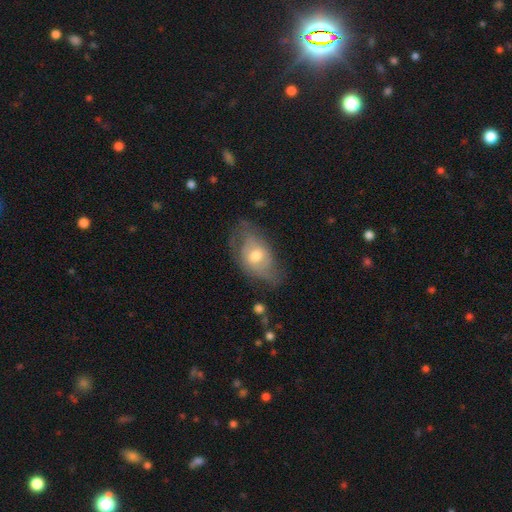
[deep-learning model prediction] Smooth or featured?
  - featured or disk: 50% *
  - smooth: 41%
  - star or artifact: 8%
Edge-on disk?
  - no: 90% *
  - yes: 10%
Merging?
  - none: 50% *
  - minor disturbance: 31%
  - major disturbance: 17%
  - merger: 2%